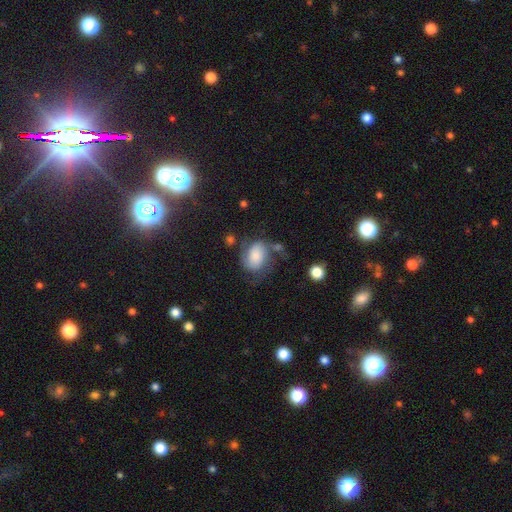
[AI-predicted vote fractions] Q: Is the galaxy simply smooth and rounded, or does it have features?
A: smooth — 46%.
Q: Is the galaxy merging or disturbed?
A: none — 47%.